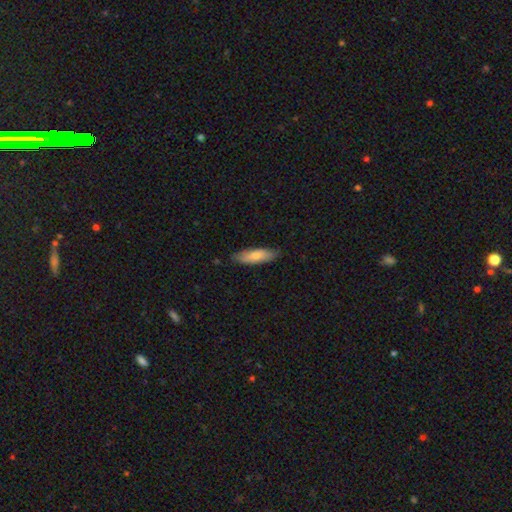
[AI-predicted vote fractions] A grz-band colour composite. It shows a smooth galaxy with no disk features (73%) that is cigar-shaped (49%, tied with in between). Merging: none (82%).